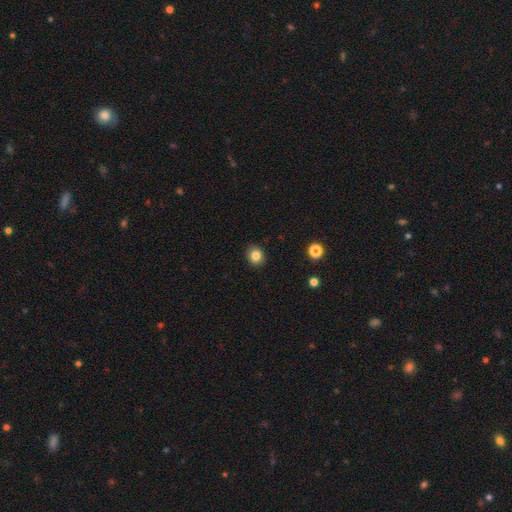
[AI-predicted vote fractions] Smooth or featured?
  - smooth: 83% *
  - star or artifact: 11%
  - featured or disk: 6%
How rounded?
  - round: 77% *
  - in between: 22%
  - cigar-shaped: 1%
Merging?
  - none: 90% *
  - minor disturbance: 7%
  - major disturbance: 2%
  - merger: 1%